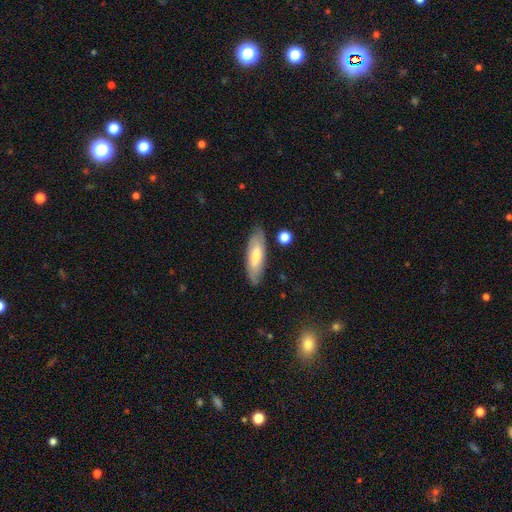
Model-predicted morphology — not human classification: smooth_or_featured: smooth (p=0.61) [alt: featured or disk p=0.33]
how_rounded: in between (p=0.54) [alt: cigar-shaped p=0.44]
merging: none (p=0.82) [alt: minor disturbance p=0.13]